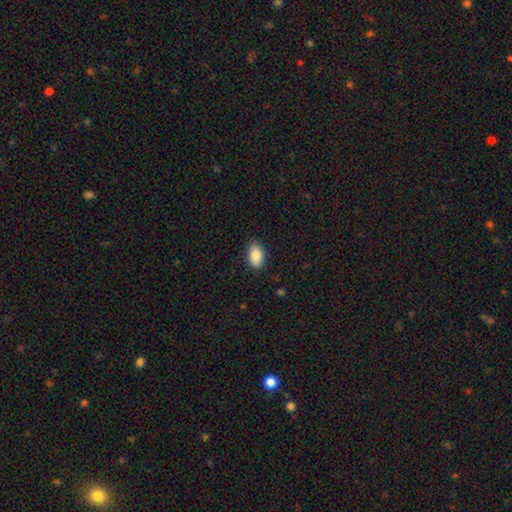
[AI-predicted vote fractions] A smooth galaxy with no disk features (89%) that is in between round and cigar-shaped (93%).

Vote fractions:
- Smooth or featured? smooth: 89% / star or artifact: 7% / featured or disk: 4%
- How rounded? in between: 93% / round: 5% / cigar-shaped: 2%
- Merging? none: 83% / minor disturbance: 13% / major disturbance: 2% / merger: 1%